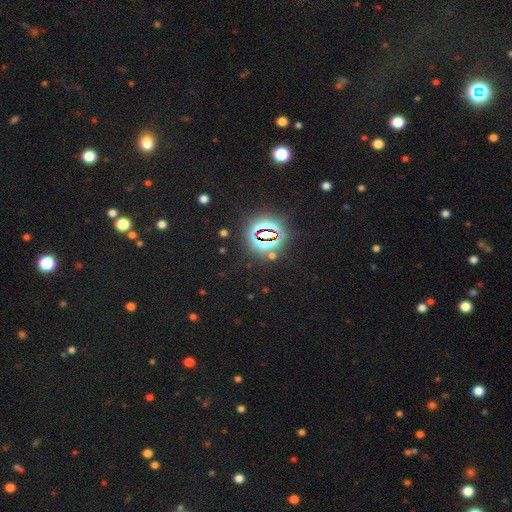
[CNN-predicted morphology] Smooth or featured? Predicted: star or artifact (p=0.82).